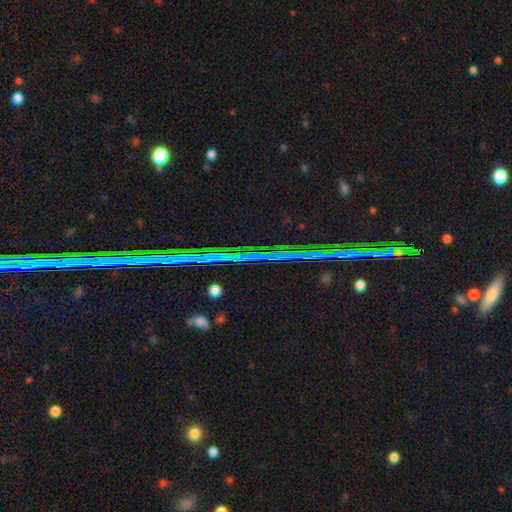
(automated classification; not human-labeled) smooth-or-featured: star or artifact: 81% | featured or disk: 11% | smooth: 8%